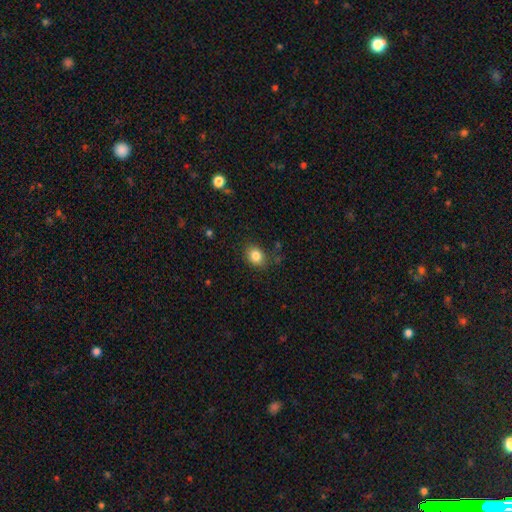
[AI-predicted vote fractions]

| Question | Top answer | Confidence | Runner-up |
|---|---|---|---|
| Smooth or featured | smooth | 84% | star or artifact (10%) |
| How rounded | round | 51% | in between (48%) |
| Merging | none | 82% | minor disturbance (13%) |